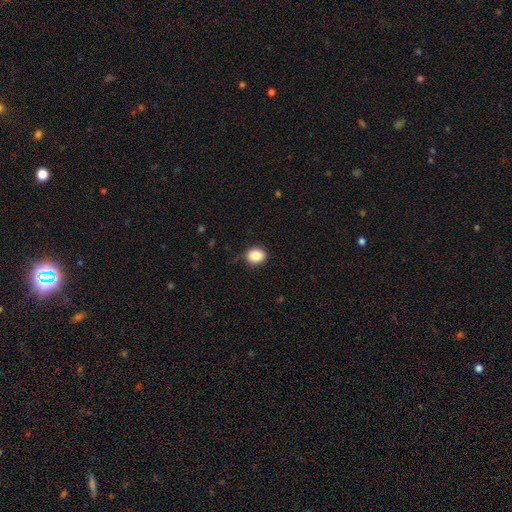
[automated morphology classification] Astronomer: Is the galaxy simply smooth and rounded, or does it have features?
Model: smooth — 86%.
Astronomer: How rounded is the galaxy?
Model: round — 71%.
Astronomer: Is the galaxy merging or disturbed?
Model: none — 83%.